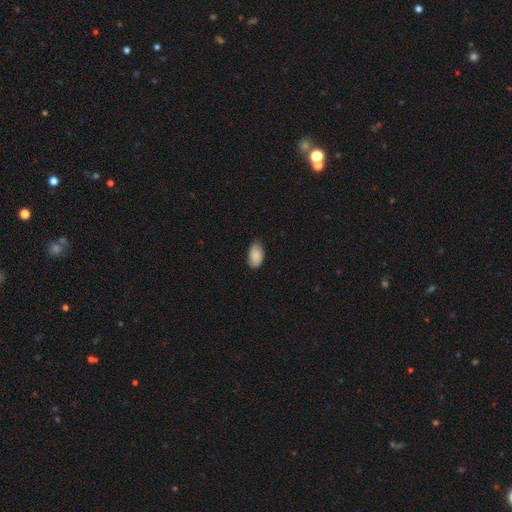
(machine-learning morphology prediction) The model was most divided on "merging": none: 78%, minor disturbance: 18%, major disturbance: 3%, merger: 1%. More confident: how rounded — in between (93%); smooth or featured — smooth (82%).